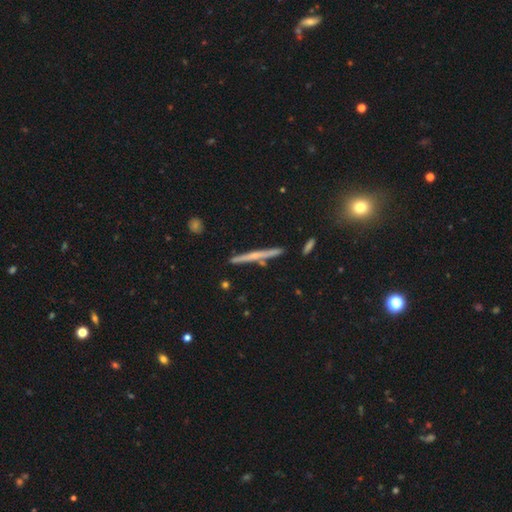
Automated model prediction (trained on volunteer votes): Q: Smooth or featured?
A: featured or disk (65%); runner-up: smooth (28%)
Q: Edge-on disk?
A: yes (98%); runner-up: no (2%)
Q: Edge-on bulge?
A: none (51%); runner-up: rounded (42%)
Q: Merging?
A: none (88%); runner-up: minor disturbance (8%)